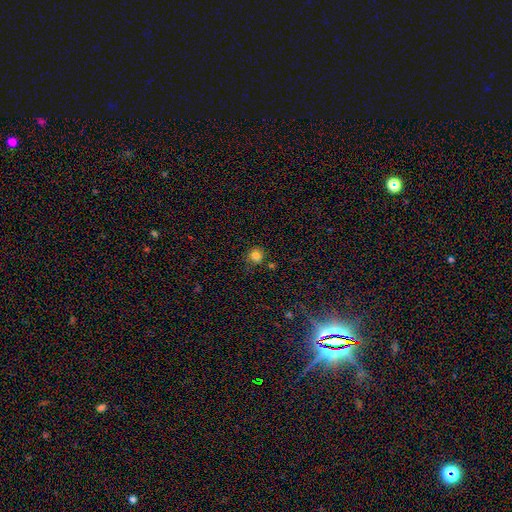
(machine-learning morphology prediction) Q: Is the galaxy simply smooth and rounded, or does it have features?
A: smooth — 82%.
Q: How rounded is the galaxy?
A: round — 91%.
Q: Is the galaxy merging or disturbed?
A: none — 81%.